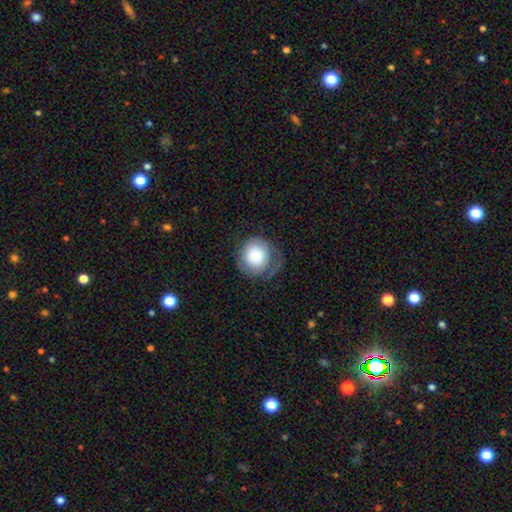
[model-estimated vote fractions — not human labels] Morphology: type=smooth (69%); roundness=round (88%); merging=none (51%).